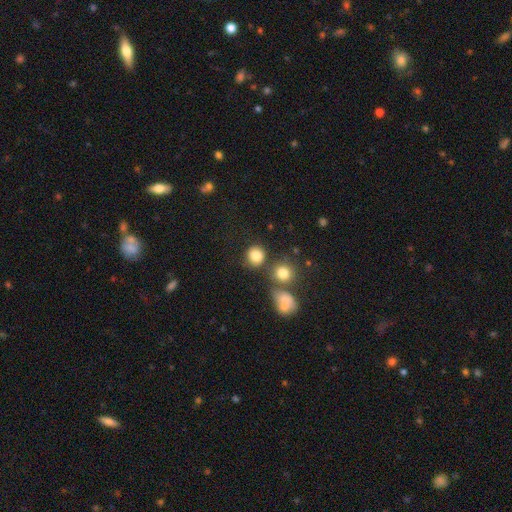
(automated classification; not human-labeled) Smooth or featured? smooth (82%)
How rounded? round (84%)
Merging? none (75%)